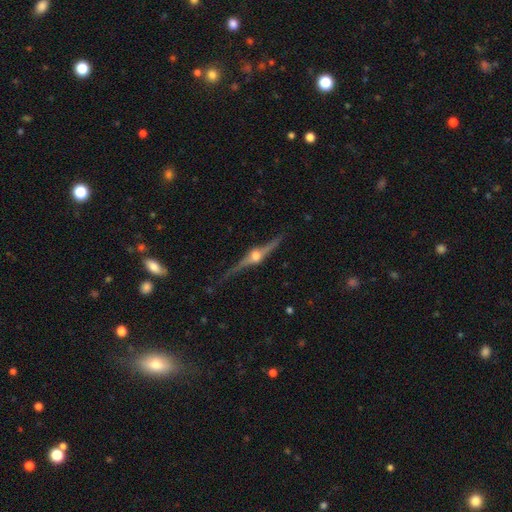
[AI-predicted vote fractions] featured or disk 88%, smooth 7%, star or artifact 5%. Down the decision tree: edge-on disk — yes (96%); edge-on bulge — rounded (96%); merging — none (85%).